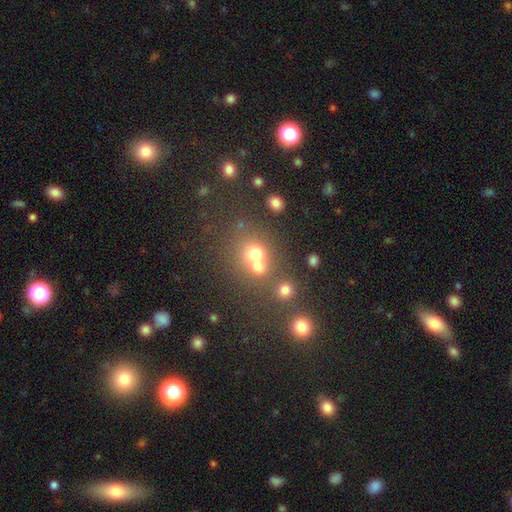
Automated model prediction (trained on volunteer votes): Morphology: type=smooth (62%); roundness=round (74%); merging=merger (45%).